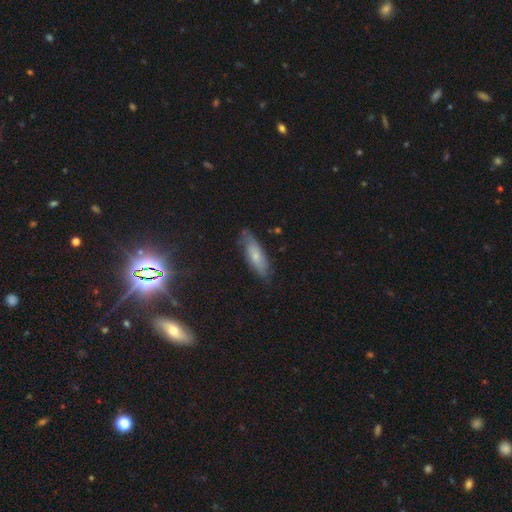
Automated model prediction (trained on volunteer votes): This is possibly a smooth galaxy (56%). How rounded: possibly in between (56%). Merging: likely none (74%).